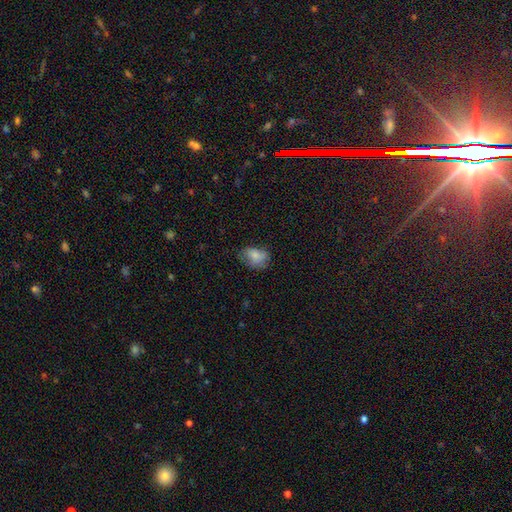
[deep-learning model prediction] Smooth or featured? Predicted: smooth (p=0.75). How rounded? Predicted: in between (p=0.78). Merging? Predicted: none (p=0.54).